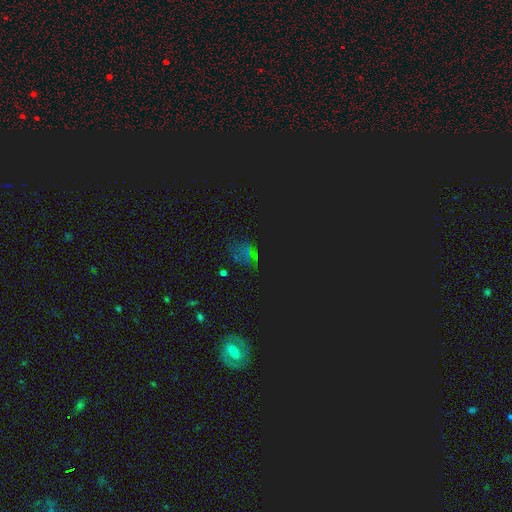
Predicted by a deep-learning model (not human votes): A star or artifact, not a galaxy (69%).